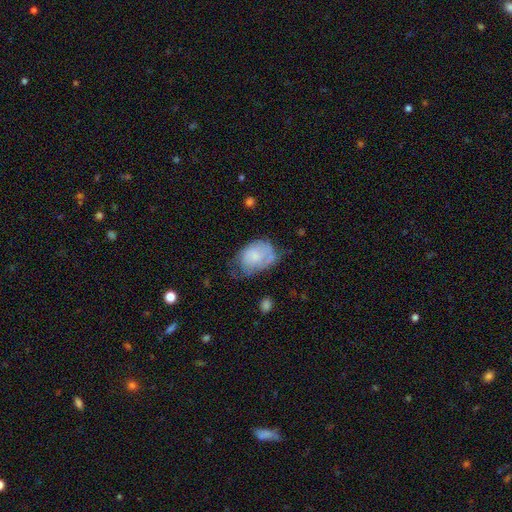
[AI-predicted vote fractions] Smooth or featured? Predicted: smooth (p=0.66). How rounded? Predicted: in between (p=0.81). Merging? Predicted: minor disturbance (p=0.40).